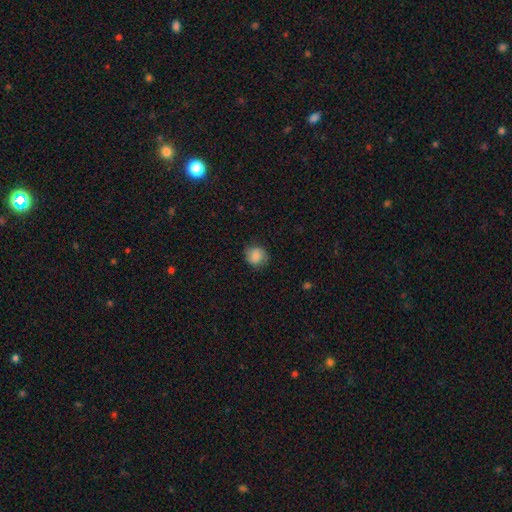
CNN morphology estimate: Smooth or featured? Predicted: smooth (p=0.80). How rounded? Predicted: round (p=0.84). Merging? Predicted: none (p=0.80).